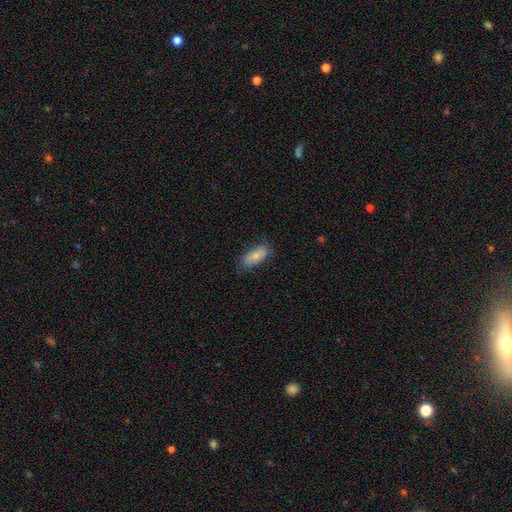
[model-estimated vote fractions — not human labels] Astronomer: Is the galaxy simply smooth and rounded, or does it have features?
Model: smooth — 76%.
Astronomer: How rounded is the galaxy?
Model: in between — 86%.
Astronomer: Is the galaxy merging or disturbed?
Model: none — 76%.